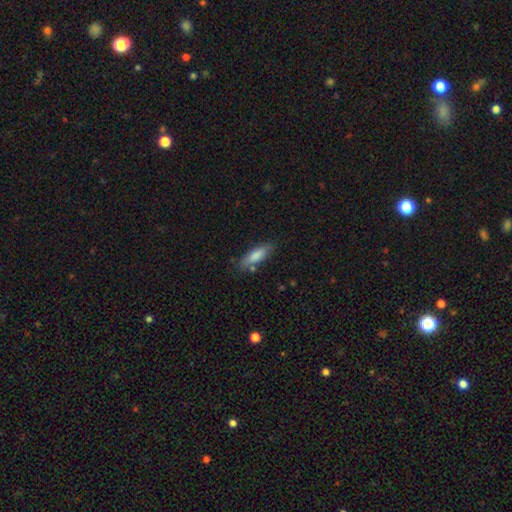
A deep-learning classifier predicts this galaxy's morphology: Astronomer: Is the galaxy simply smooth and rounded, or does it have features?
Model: smooth — 79%.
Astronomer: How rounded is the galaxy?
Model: cigar-shaped — 54% (runner-up: in between, 44%).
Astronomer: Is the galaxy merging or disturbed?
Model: none — 78%.